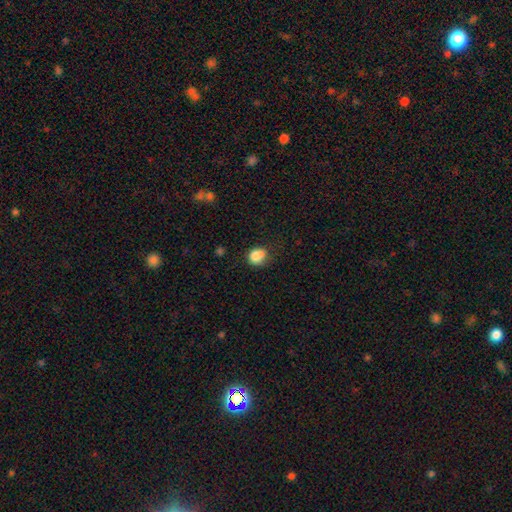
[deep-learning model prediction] Smooth or featured? smooth (86%)
How rounded? round (54%)
Merging? none (66%)